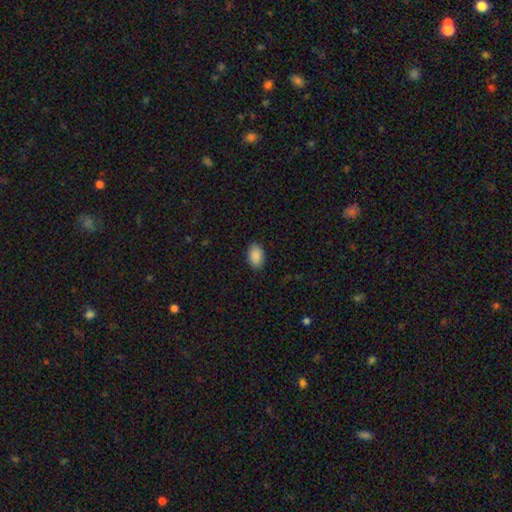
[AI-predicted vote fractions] Smooth or featured? Predicted: smooth (p=0.90). How rounded? Predicted: in between (p=0.89). Merging? Predicted: none (p=0.88).